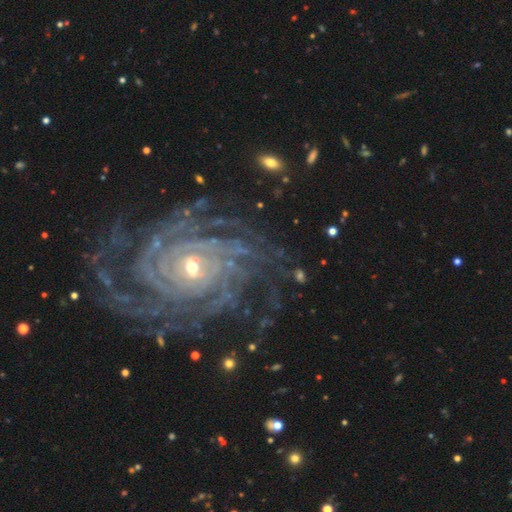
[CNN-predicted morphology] Smooth or featured?
  - featured or disk: 92% *
  - star or artifact: 5%
  - smooth: 3%
Edge-on disk?
  - no: 97% *
  - yes: 3%
Bar?
  - no: 62% *
  - weak: 25%
  - strong: 13%
Spiral arms?
  - yes: 99% *
  - no: 1%
Spiral winding?
  - tight: 80% *
  - medium: 17%
  - loose: 3%
Spiral arm count?
  - more than 4: 36% *
  - 4: 18%
  - can't tell: 16%
  - 3: 12%
  - 2: 10%
  - 1: 9%
Bulge size?
  - small: 57% *
  - moderate: 39%
  - large: 2%
  - none: 1%
  - dominant: 1%
Merging?
  - none: 77% *
  - minor disturbance: 14%
  - major disturbance: 7%
  - merger: 2%